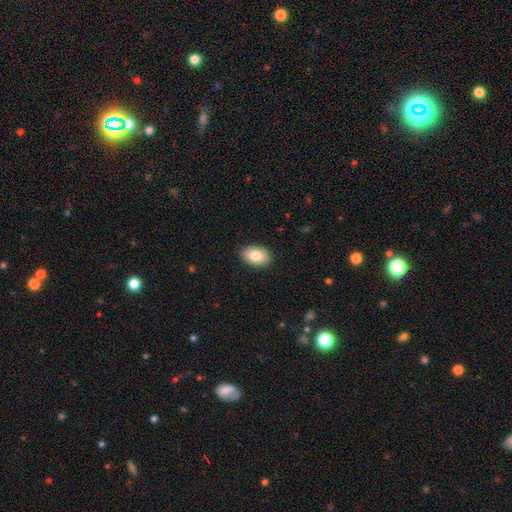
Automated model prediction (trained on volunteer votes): smooth-or-featured: smooth: 84% | featured or disk: 9% | star or artifact: 7%
  how-rounded: in between: 89% | round: 10% | cigar-shaped: 1%
  merging: none: 89% | minor disturbance: 8% | major disturbance: 2% | merger: 1%